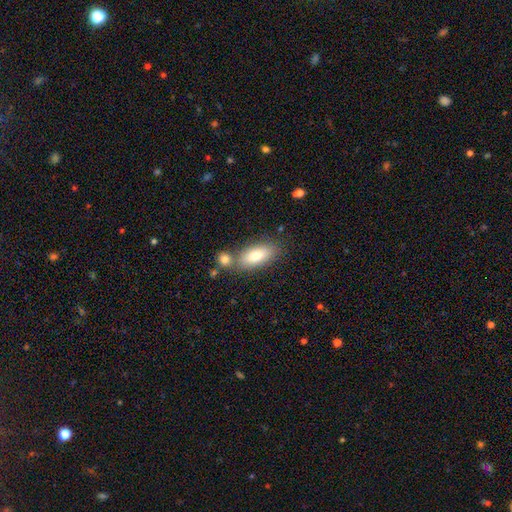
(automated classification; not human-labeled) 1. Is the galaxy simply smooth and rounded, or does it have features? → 78% smooth, 15% featured or disk, 7% star or artifact.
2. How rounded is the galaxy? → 86% in between, 11% cigar-shaped, 3% round.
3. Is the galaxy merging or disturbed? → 63% none, 21% merger, 12% minor disturbance, 4% major disturbance.